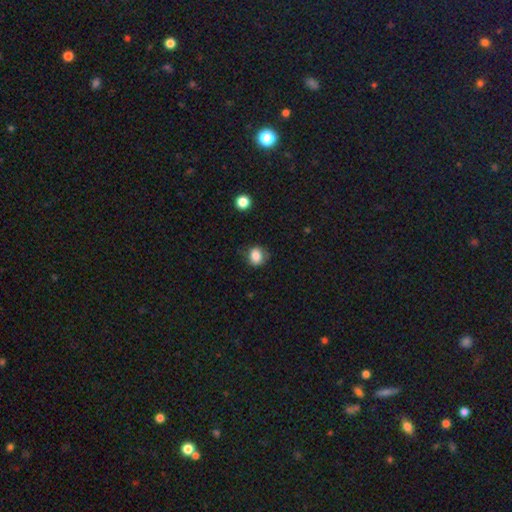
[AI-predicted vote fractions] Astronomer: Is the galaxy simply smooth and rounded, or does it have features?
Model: smooth — 83%.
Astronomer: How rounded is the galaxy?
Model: round — 70%.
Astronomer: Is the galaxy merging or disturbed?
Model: none — 73%.